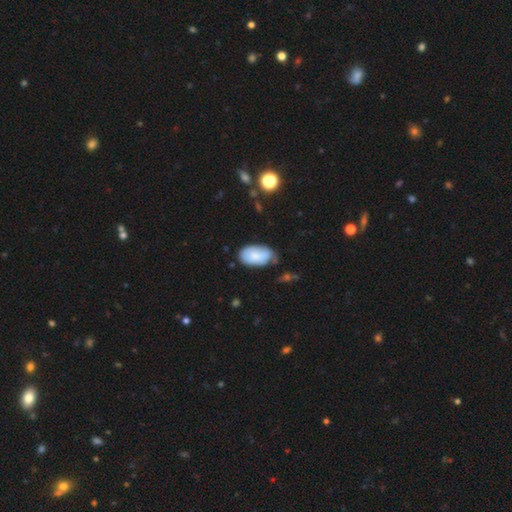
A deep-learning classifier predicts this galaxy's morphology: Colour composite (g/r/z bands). It shows a smooth galaxy with no disk features (79%) that is in between round and cigar-shaped (94%). Merging: none (61%).